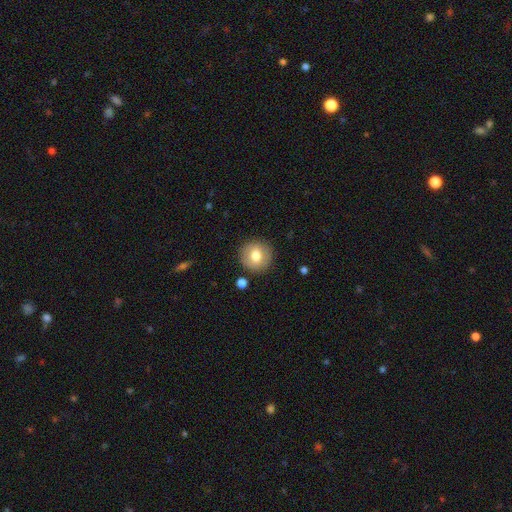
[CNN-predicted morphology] smooth_or_featured: smooth (p=0.76) [alt: featured or disk p=0.15]
how_rounded: round (p=0.92) [alt: in between p=0.07]
merging: none (p=0.88) [alt: minor disturbance p=0.08]